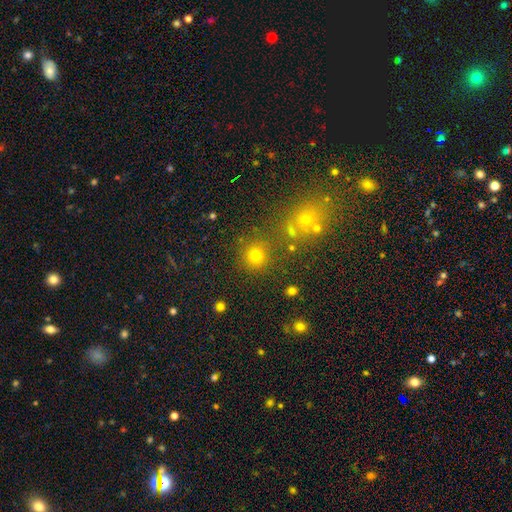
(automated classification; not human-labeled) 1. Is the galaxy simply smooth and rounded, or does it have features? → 73% smooth, 20% star or artifact, 7% featured or disk.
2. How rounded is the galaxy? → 91% round, 7% in between, 1% cigar-shaped.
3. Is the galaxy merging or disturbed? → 79% none, 9% merger, 8% minor disturbance, 4% major disturbance.